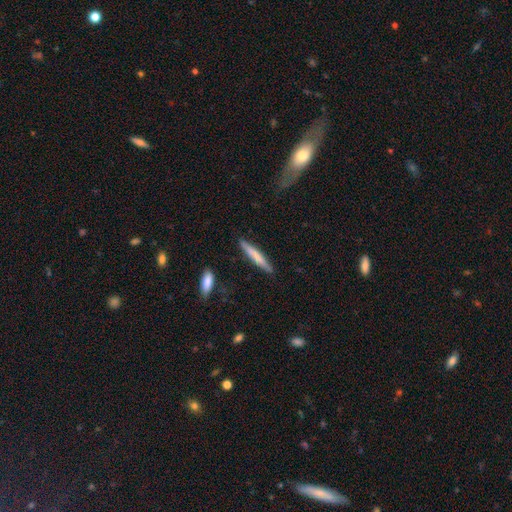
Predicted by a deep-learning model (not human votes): This is likely a smooth galaxy (69%). How rounded: clearly cigar-shaped (94%). Merging: clearly none (87%).